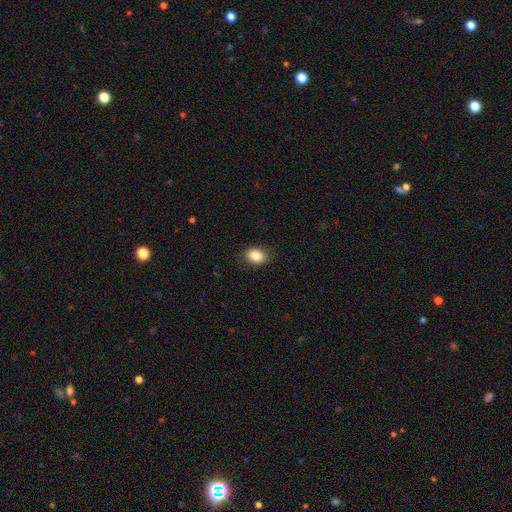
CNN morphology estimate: Smooth or featured: smooth — 85% (star or artifact — 9%)
How rounded: in between — 71% (round — 28%)
Merging: none — 84% (minor disturbance — 12%)